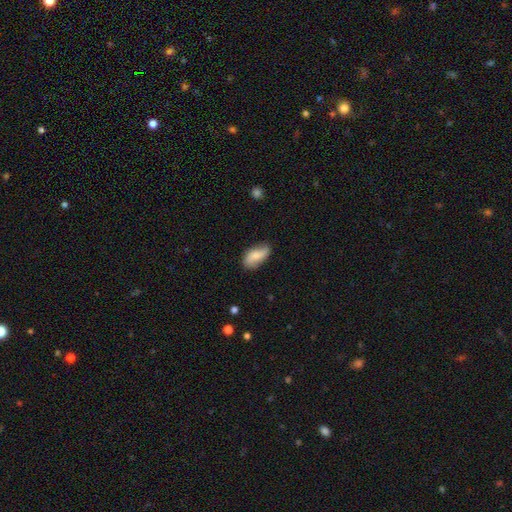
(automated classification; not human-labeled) Overall: smooth (58%; featured or disk 34%). How rounded: in between (89%). Merging: none (72%).